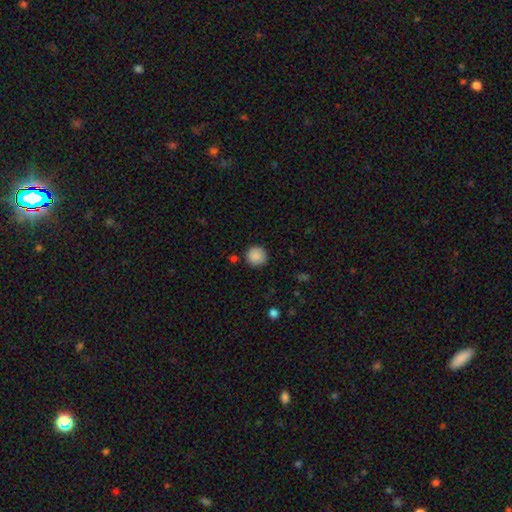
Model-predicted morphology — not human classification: This is clearly a smooth galaxy (88%). How rounded: clearly round (94%). Merging: clearly none (88%).